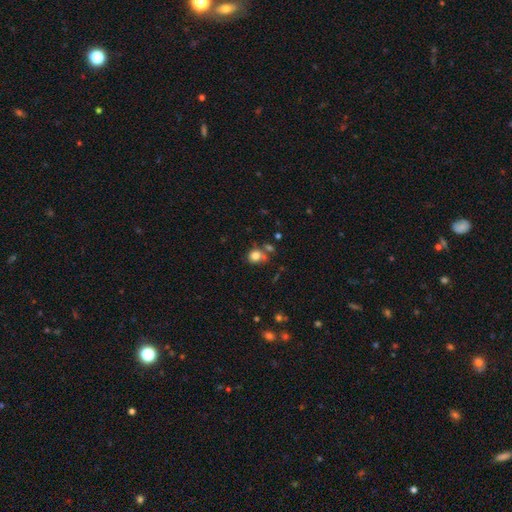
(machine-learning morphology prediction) The model was most divided on "merging": none: 54%, minor disturbance: 19%, merger: 19%, major disturbance: 8%. More confident: smooth or featured — smooth (80%); how rounded — round (70%).